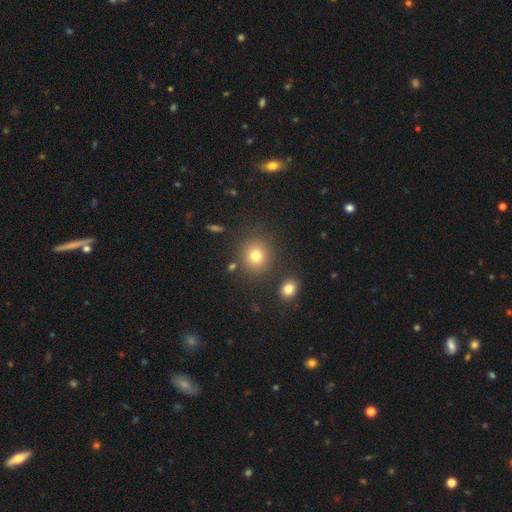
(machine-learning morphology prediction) Smooth or featured? smooth (77%)
How rounded? round (87%)
Merging? none (84%)